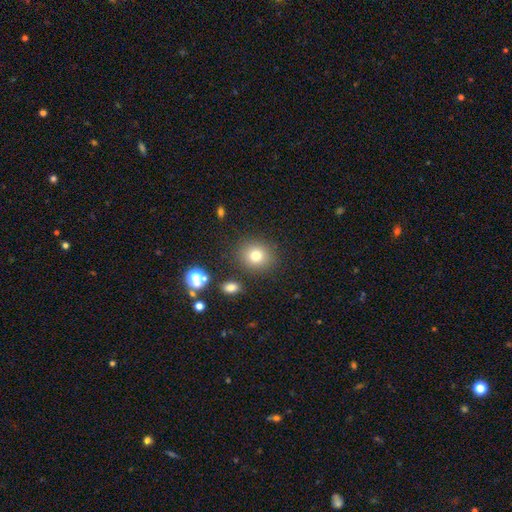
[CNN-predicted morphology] type=smooth (78%); roundness=round (79%); merging=none (85%).